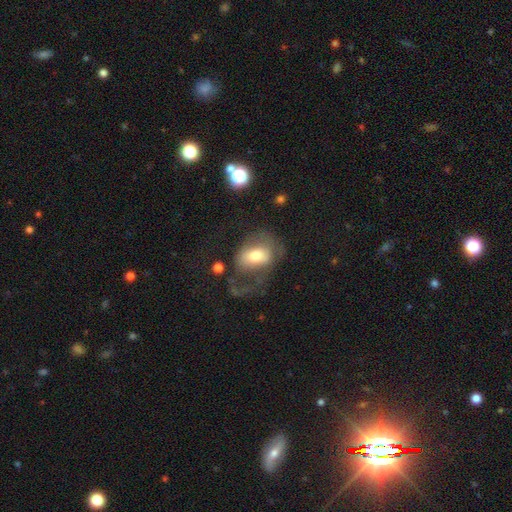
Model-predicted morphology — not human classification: Smooth or featured? smooth (57%)
How rounded? in between (77%)
Merging? major disturbance (49%)